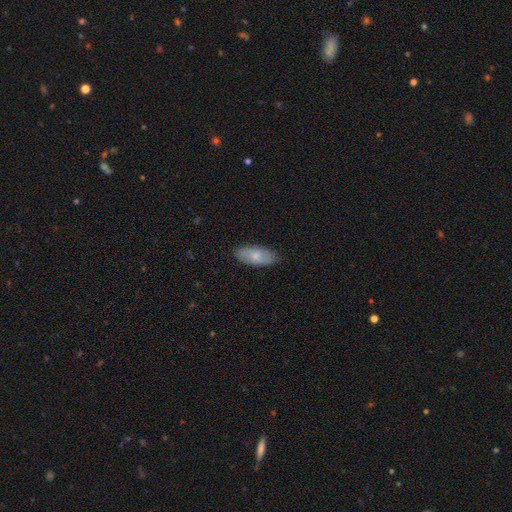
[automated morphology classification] A smooth galaxy with no disk features (73%) that is in between round and cigar-shaped (88%). Merging: none (85%).